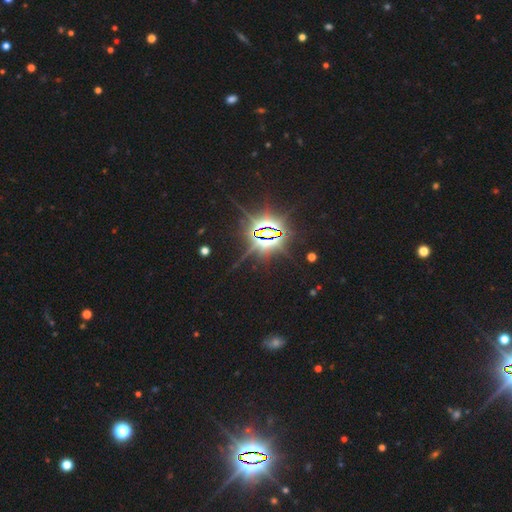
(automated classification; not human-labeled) Smooth or featured: star or artifact — 86% (smooth — 8%)